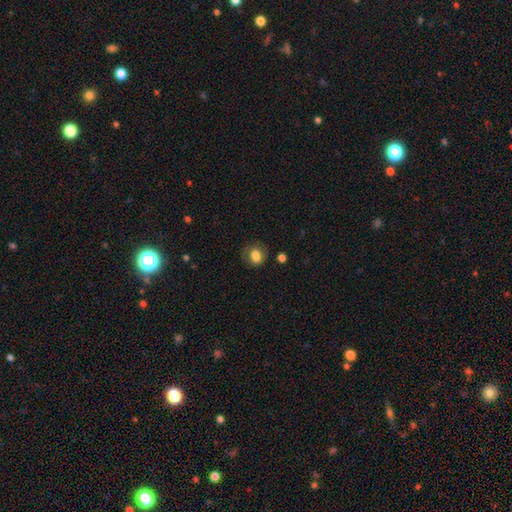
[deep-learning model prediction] Smooth or featured?
  - smooth: 74% *
  - featured or disk: 16%
  - star or artifact: 9%
How rounded?
  - round: 50% *
  - in between: 49%
  - cigar-shaped: 1%
Merging?
  - none: 68% *
  - minor disturbance: 20%
  - major disturbance: 10%
  - merger: 2%